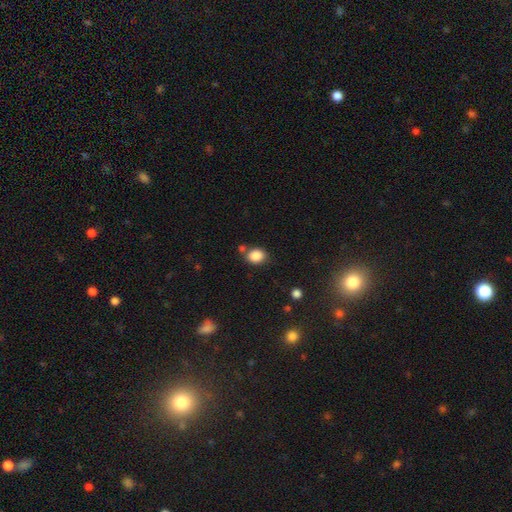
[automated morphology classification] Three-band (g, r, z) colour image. It shows a smooth galaxy with no disk features (87%) that is round (55%). Merging: none (71%).